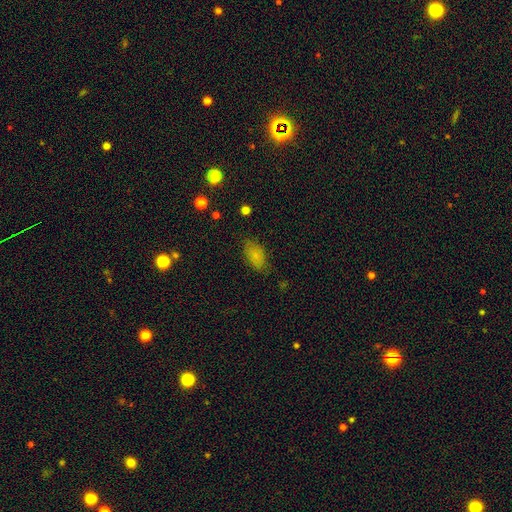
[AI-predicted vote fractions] smooth_or_featured: smooth (p=0.81) [alt: star or artifact p=0.10]
how_rounded: in between (p=0.92) [alt: round p=0.04]
merging: none (p=0.76) [alt: minor disturbance p=0.18]